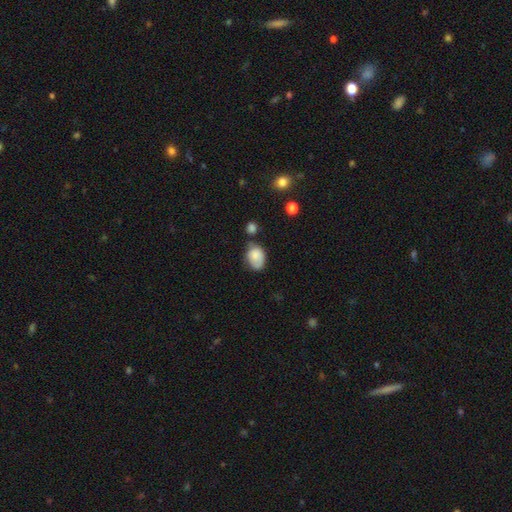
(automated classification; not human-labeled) smooth-or-featured: smooth: 78% | featured or disk: 14% | star or artifact: 8%
  how-rounded: in between: 76% | round: 23% | cigar-shaped: 1%
  merging: none: 44% | minor disturbance: 32% | merger: 13% | major disturbance: 11%